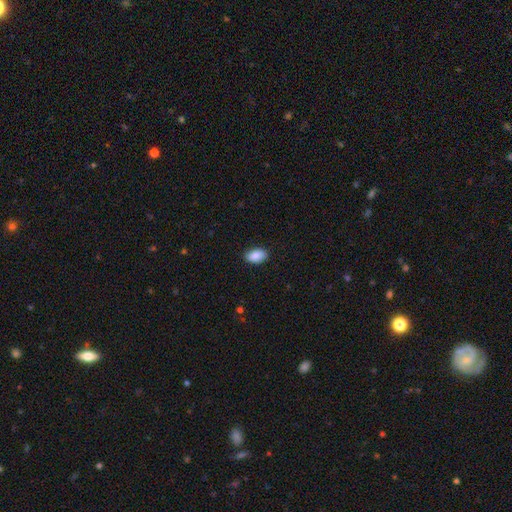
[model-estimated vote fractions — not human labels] Smooth or featured: smooth — 89% (star or artifact — 7%)
How rounded: in between — 91% (round — 8%)
Merging: none — 87% (minor disturbance — 10%)